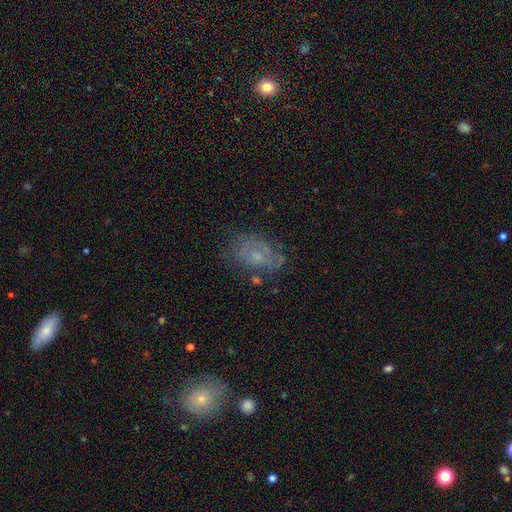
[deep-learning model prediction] Q: Smooth or featured?
A: featured or disk (44%); runner-up: smooth (40%)
Q: Merging?
A: none (63%); runner-up: minor disturbance (21%)